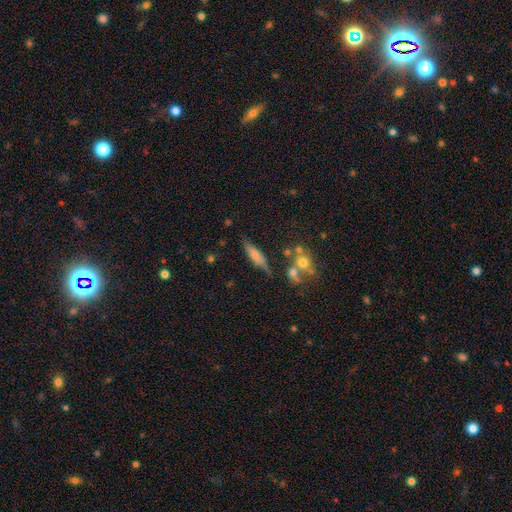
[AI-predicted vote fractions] smooth-or-featured: smooth: 62% | featured or disk: 30% | star or artifact: 8%
  how-rounded: cigar-shaped: 68% | in between: 29% | round: 3%
  merging: none: 66% | minor disturbance: 20% | merger: 8% | major disturbance: 6%